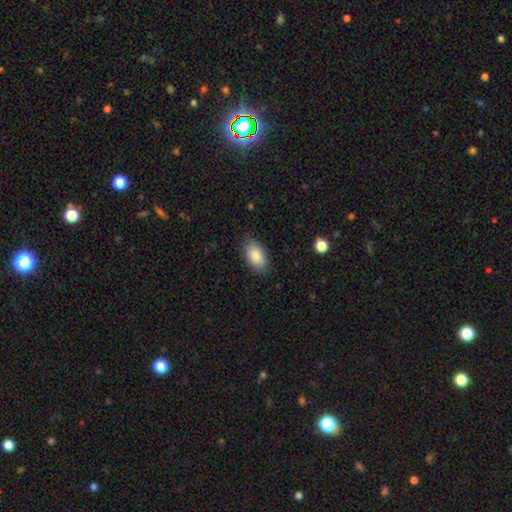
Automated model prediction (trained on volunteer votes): Overall: smooth (85%). How rounded: in between (94%). Merging: none (80%).